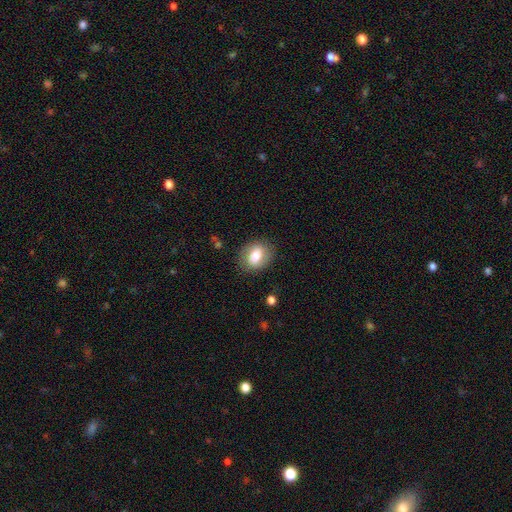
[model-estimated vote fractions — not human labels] This appears to be a smooth galaxy with no disk features (72%) that is in between round and cigar-shaped (59%). Merging: none (84%).